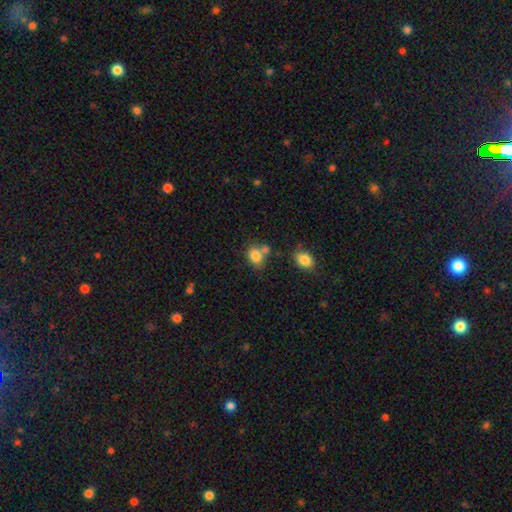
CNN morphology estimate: Smooth or featured?
  - smooth: 82% *
  - star or artifact: 10%
  - featured or disk: 8%
How rounded?
  - in between: 60% *
  - round: 39%
  - cigar-shaped: 1%
Merging?
  - none: 51% *
  - merger: 29%
  - minor disturbance: 15%
  - major disturbance: 5%